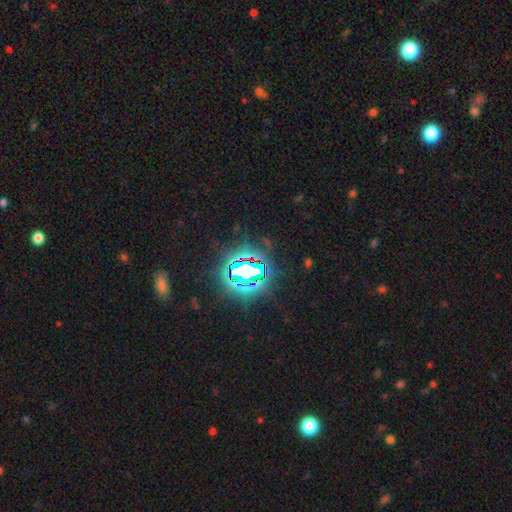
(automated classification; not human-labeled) Overall: star or artifact (81%).